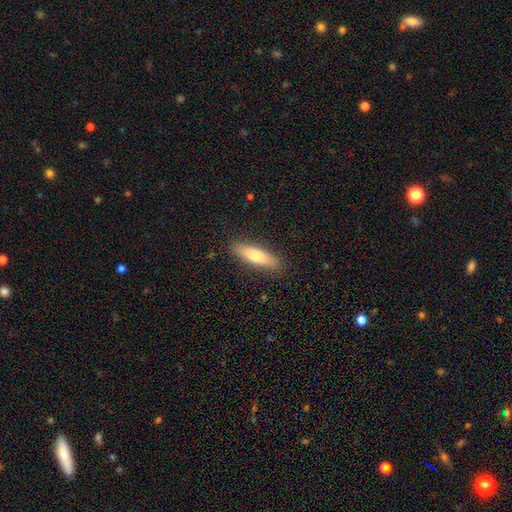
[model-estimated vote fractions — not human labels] Q: Smooth or featured?
A: smooth (76%); runner-up: featured or disk (18%)
Q: How rounded?
A: cigar-shaped (63%); runner-up: in between (35%)
Q: Merging?
A: none (88%); runner-up: minor disturbance (9%)